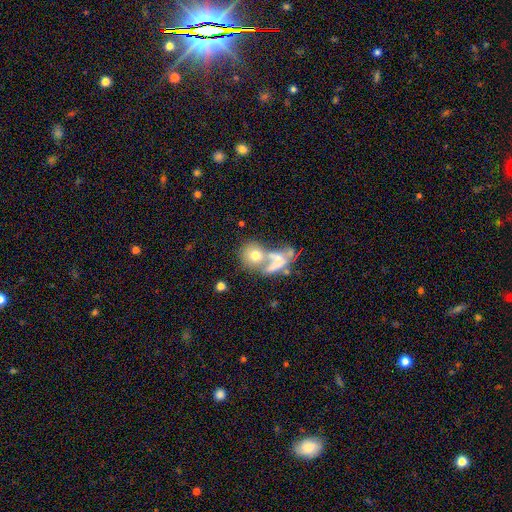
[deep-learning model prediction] Smooth or featured?
  - smooth: 57% *
  - featured or disk: 33%
  - star or artifact: 11%
How rounded?
  - round: 62% *
  - in between: 35%
  - cigar-shaped: 3%
Merging?
  - merger: 59% *
  - none: 20%
  - major disturbance: 13%
  - minor disturbance: 8%